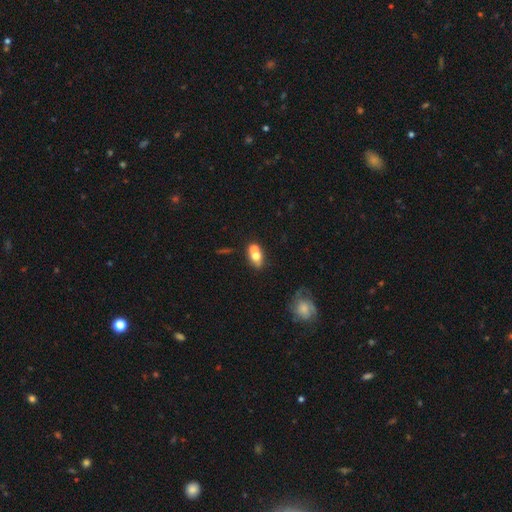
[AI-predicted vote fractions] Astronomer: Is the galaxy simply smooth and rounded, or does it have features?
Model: smooth — 65%.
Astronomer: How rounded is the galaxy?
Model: in between — 58% (runner-up: round, 39%).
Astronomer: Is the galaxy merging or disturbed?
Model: merger — 52% (runner-up: none, 34%).